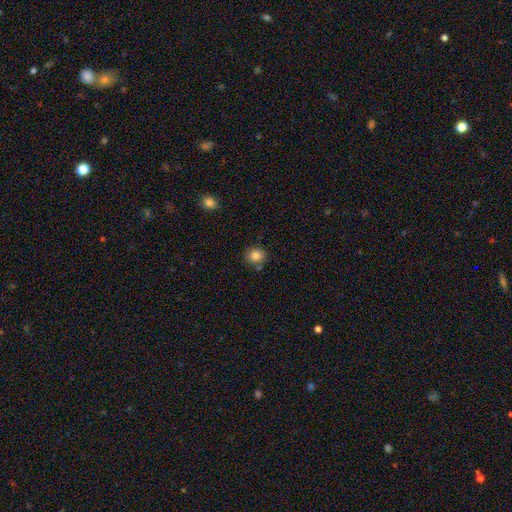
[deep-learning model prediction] Smooth or featured?
  - smooth: 84% *
  - star or artifact: 10%
  - featured or disk: 6%
How rounded?
  - round: 77% *
  - in between: 22%
  - cigar-shaped: 1%
Merging?
  - none: 78% *
  - minor disturbance: 12%
  - merger: 6%
  - major disturbance: 3%